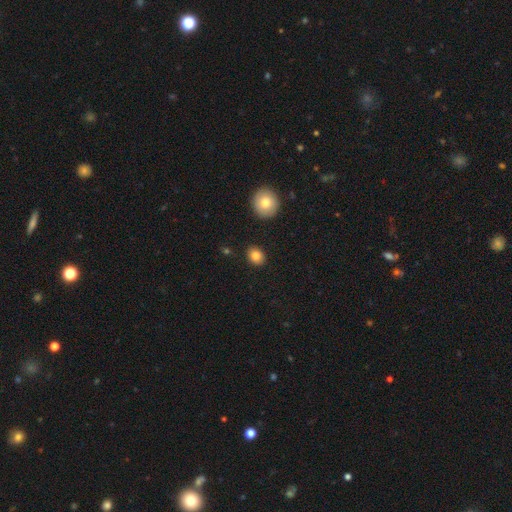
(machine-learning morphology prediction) Overall: smooth (85%). How rounded: round (54%; in between 45%). Merging: none (89%).